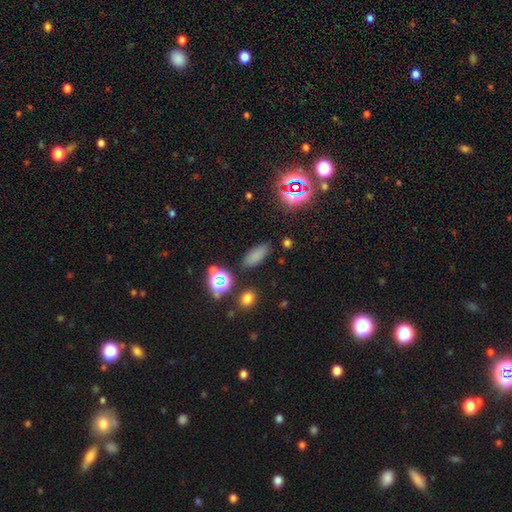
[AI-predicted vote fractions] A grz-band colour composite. It shows a smooth galaxy with no disk features (74%) that is in between round and cigar-shaped (77%). Merging: none (82%).